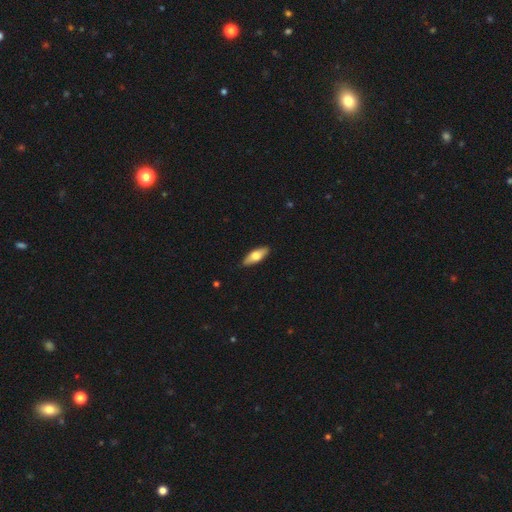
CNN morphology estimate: Smooth or featured? smooth (66%)
How rounded? in between (69%)
Merging? none (88%)